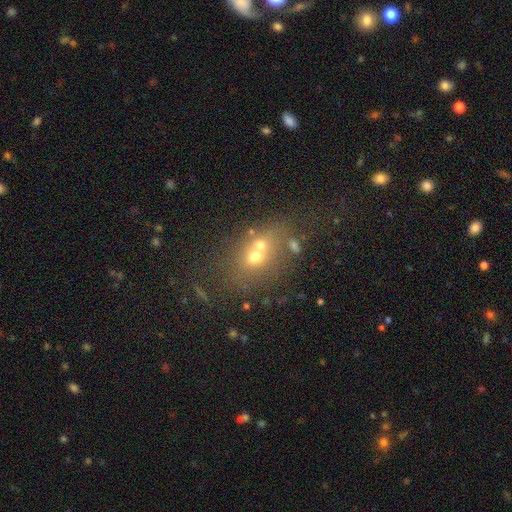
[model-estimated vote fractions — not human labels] Smooth or featured: smooth — 51% (featured or disk — 27%)
How rounded: round — 55% (in between — 43%)
Merging: merger — 45% (none — 38%)